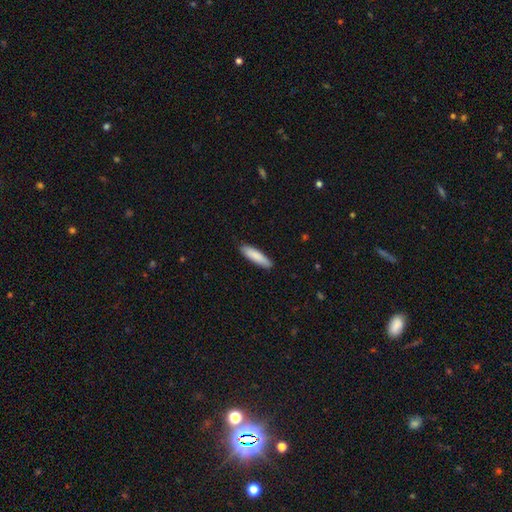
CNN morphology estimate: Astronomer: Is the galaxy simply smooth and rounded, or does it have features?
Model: smooth — 87%.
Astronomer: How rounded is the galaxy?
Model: cigar-shaped — 74%.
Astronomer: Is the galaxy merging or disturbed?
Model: none — 88%.